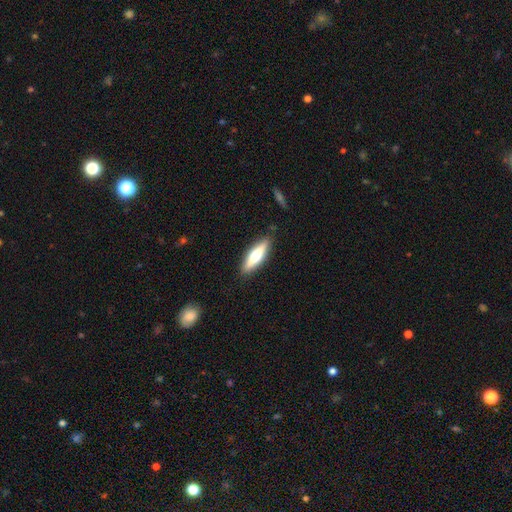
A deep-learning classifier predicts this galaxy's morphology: smooth 53%, featured or disk 42%, star or artifact 6%. Down the decision tree: how rounded — cigar-shaped (63%); merging — none (87%).